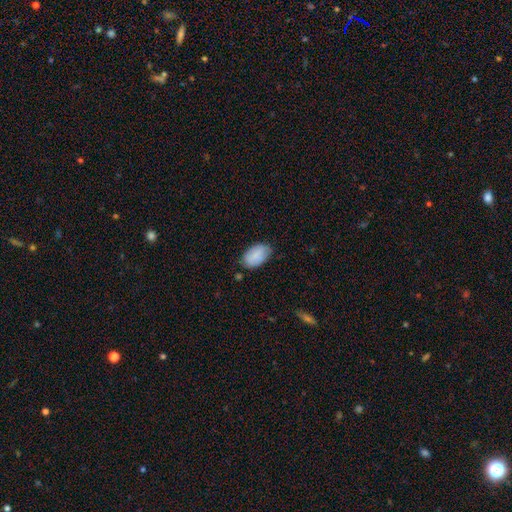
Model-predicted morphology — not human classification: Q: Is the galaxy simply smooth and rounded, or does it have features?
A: smooth — 85%.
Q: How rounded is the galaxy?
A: in between — 94%.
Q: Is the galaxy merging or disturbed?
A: none — 73%.